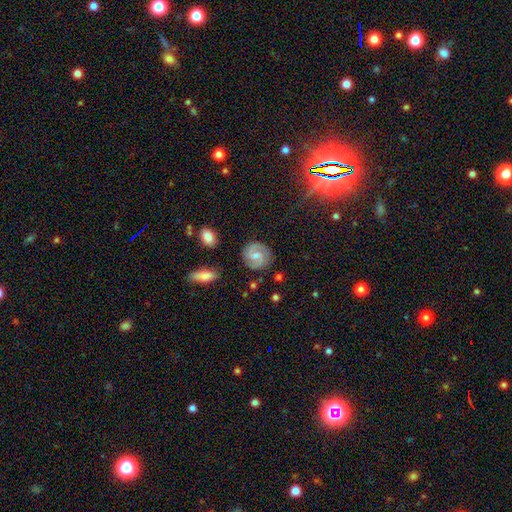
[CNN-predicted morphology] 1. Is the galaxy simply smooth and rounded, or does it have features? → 70% featured or disk, 23% smooth, 7% star or artifact.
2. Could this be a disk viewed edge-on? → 97% no, 3% yes.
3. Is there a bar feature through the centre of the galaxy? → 48% weak, 40% no, 12% strong.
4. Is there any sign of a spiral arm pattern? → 93% yes, 7% no.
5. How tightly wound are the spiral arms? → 46% medium, 41% tight, 14% loose.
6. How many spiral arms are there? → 87% 2, 7% can't tell, 2% 3, 2% 1, 1% 4, 1% more than 4.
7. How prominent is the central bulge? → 51% moderate, 41% small, 4% none, 2% large, 1% dominant.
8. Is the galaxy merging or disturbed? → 83% none, 12% minor disturbance, 3% major disturbance, 2% merger.